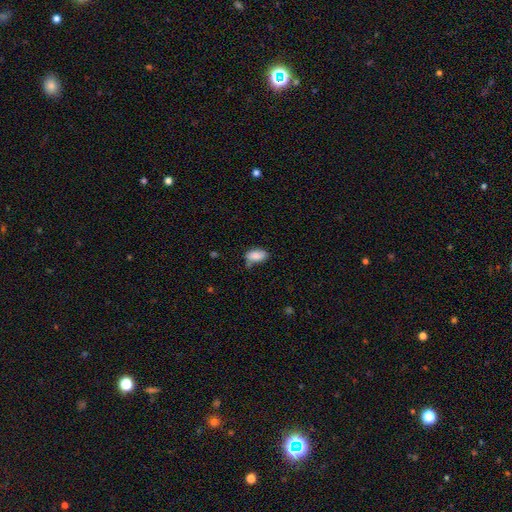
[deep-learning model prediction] Smooth or featured? smooth (85%)
How rounded? in between (91%)
Merging? none (65%)